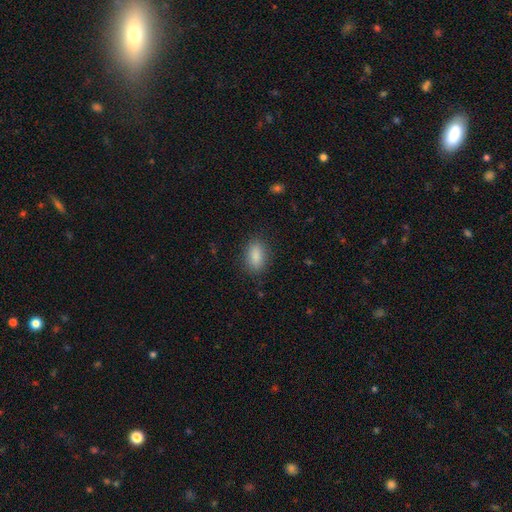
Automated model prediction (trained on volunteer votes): Q: Smooth or featured?
A: smooth (88%); runner-up: star or artifact (8%)
Q: How rounded?
A: in between (88%); runner-up: round (6%)
Q: Merging?
A: none (85%); runner-up: minor disturbance (11%)